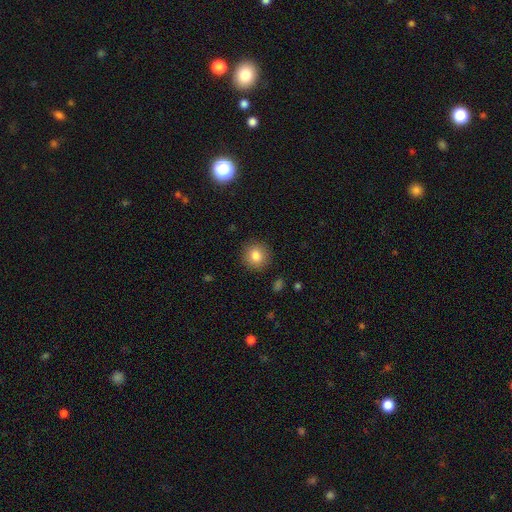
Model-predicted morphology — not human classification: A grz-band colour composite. It shows a smooth galaxy with no disk features (83%) that is round (91%). Merging: none (91%).